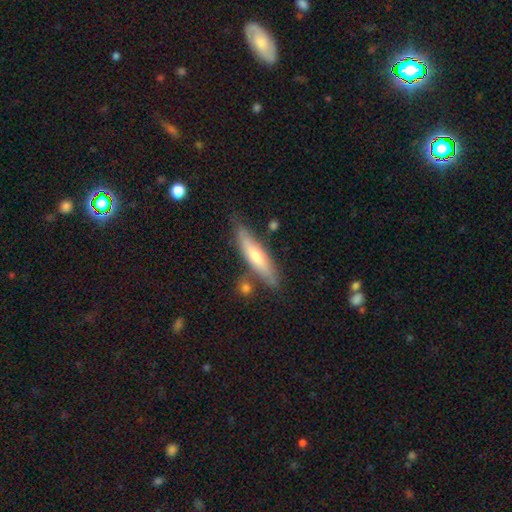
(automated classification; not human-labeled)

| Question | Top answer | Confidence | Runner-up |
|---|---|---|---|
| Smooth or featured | smooth | 47% | featured or disk (45%) |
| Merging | none | 78% | minor disturbance (15%) |